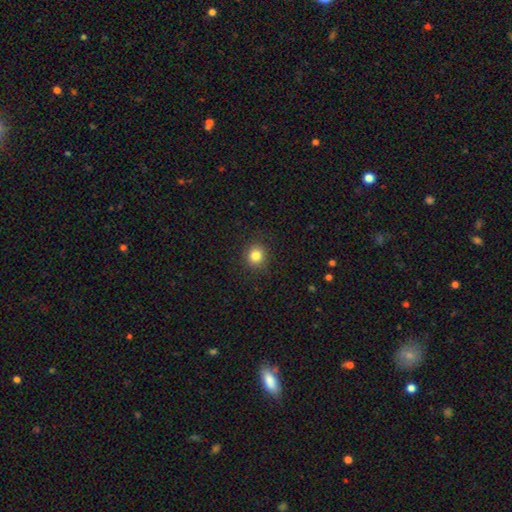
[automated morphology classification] Smooth or featured? smooth (83%)
How rounded? round (86%)
Merging? none (90%)